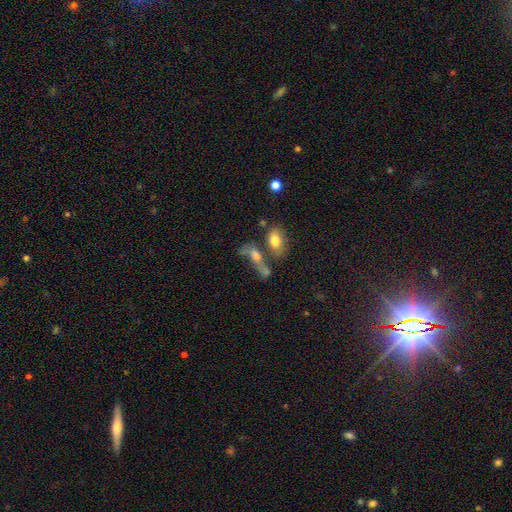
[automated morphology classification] type=smooth (58%); roundness=in between (68%); merging=merger (38%).